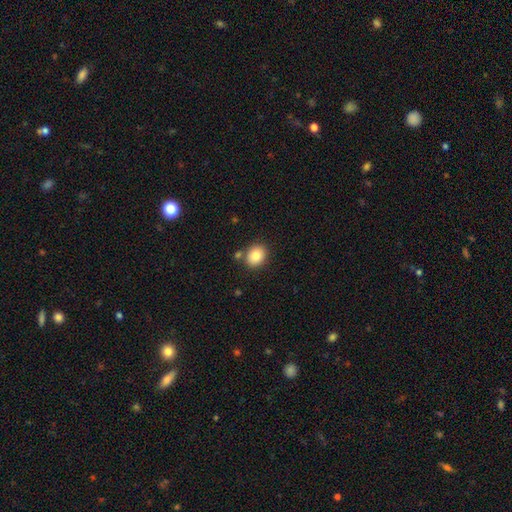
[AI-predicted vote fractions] Smooth or featured? smooth (84%)
How rounded? round (57%)
Merging? none (79%)